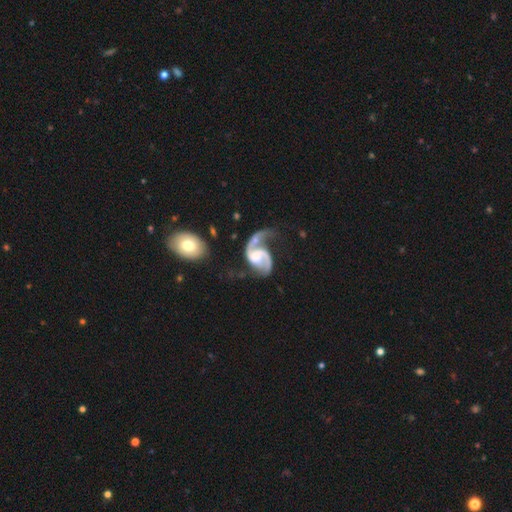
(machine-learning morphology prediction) Smooth or featured? Predicted: featured or disk (p=0.90). Edge-on disk? Predicted: no (p=0.98). Bar? Predicted: no (p=0.49). Spiral arms? Predicted: yes (p=0.97). Spiral winding? Predicted: medium (p=0.45). Spiral arm count? Predicted: 2 (p=0.82). Bulge size? Predicted: small (p=0.44). Merging? Predicted: none (p=0.35).